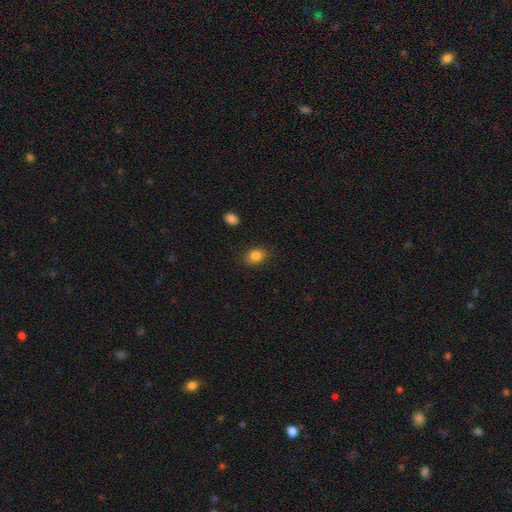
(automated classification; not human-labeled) A smooth galaxy with no disk features (84%) that is in between round and cigar-shaped (70%). Merging: none (83%).